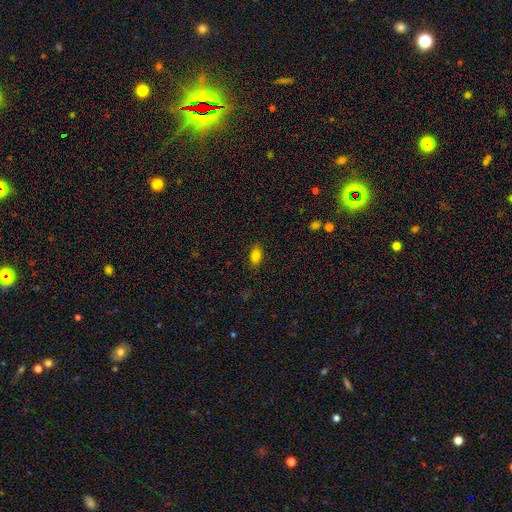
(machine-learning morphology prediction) Overall: smooth (84%). How rounded: in between (88%). Merging: none (86%).